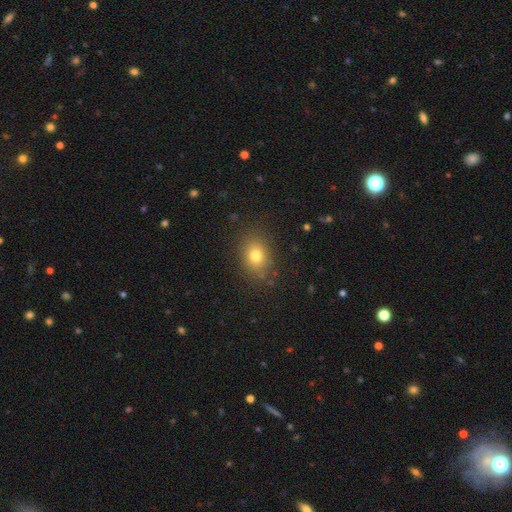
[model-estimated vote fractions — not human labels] Overall: smooth (78%). How rounded: in between (52%; round 47%). Merging: none (84%).